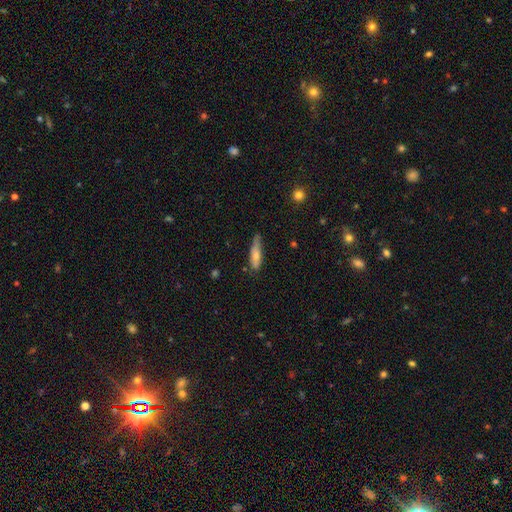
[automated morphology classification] type=smooth (65%); roundness=cigar-shaped (68%); merging=none (59%).